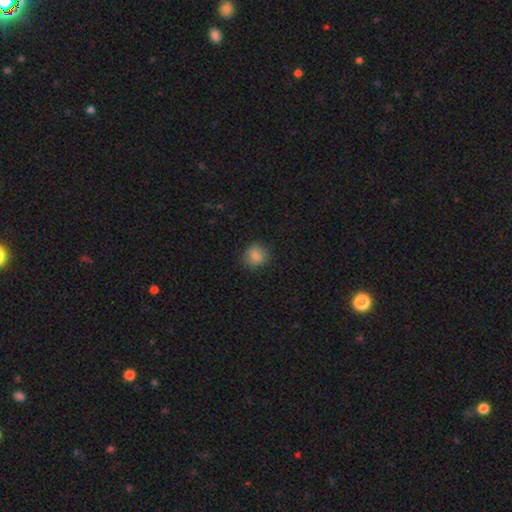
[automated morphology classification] The model was most divided on "how rounded": round: 84%, in between: 15%, cigar-shaped: 1%. More confident: smooth or featured — smooth (85%); merging — none (83%).